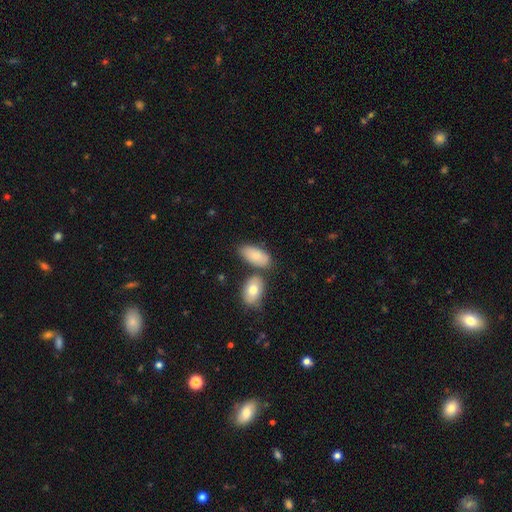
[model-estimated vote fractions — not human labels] Overall: smooth (80%). How rounded: in between (92%). Merging: none (57%; merger 22%).